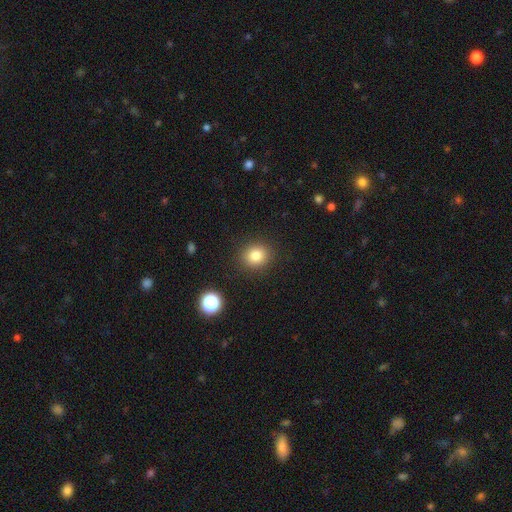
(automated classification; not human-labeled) This appears to be a smooth galaxy with no disk features (82%) that is round (73%). Merging: none (89%).